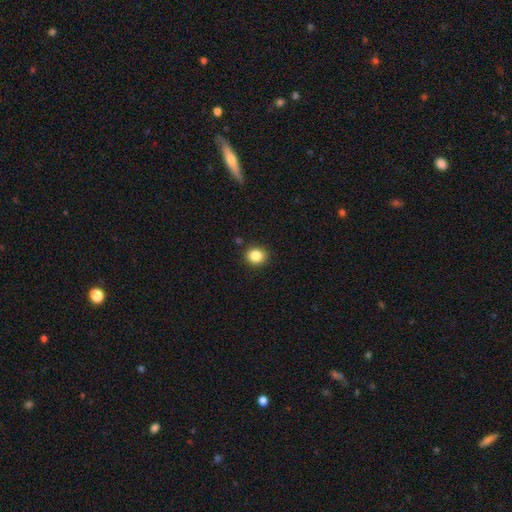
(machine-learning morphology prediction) smooth_or_featured: smooth (p=0.85) [alt: star or artifact p=0.10]
how_rounded: round (p=0.74) [alt: in between p=0.25]
merging: none (p=0.89) [alt: minor disturbance p=0.08]